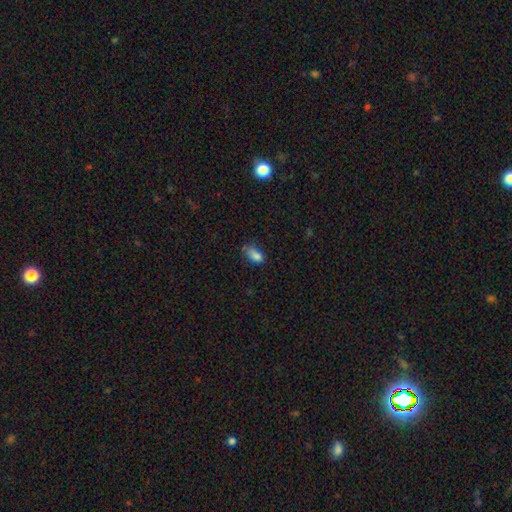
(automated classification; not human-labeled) Smooth or featured? Predicted: smooth (p=0.80). How rounded? Predicted: in between (p=0.86). Merging? Predicted: none (p=0.46).